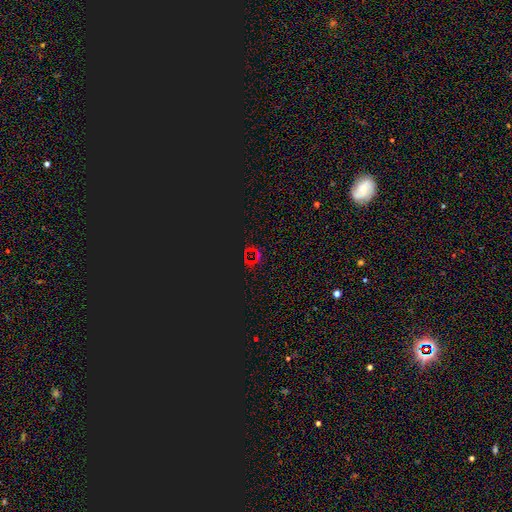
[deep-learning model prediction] Smooth or featured: star or artifact — 77% (smooth — 14%)